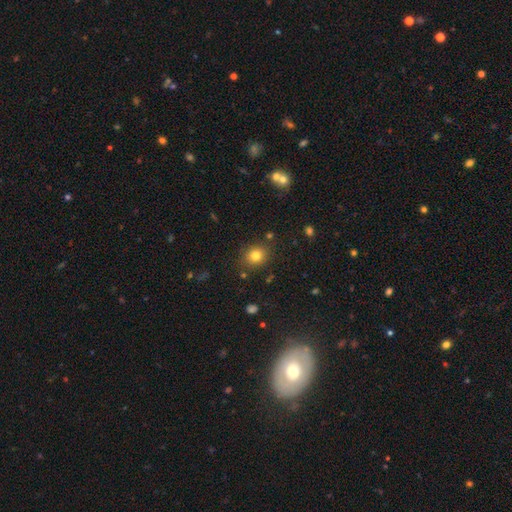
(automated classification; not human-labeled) Morphology: type=smooth (79%); roundness=round (70%); merging=none (83%).